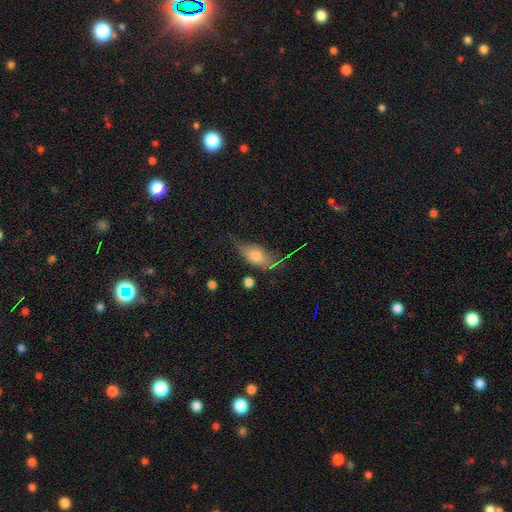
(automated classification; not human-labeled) smooth_or_featured: smooth (p=0.55) [alt: featured or disk p=0.36]
how_rounded: in between (p=0.78) [alt: cigar-shaped p=0.16]
merging: none (p=0.46) [alt: minor disturbance p=0.31]